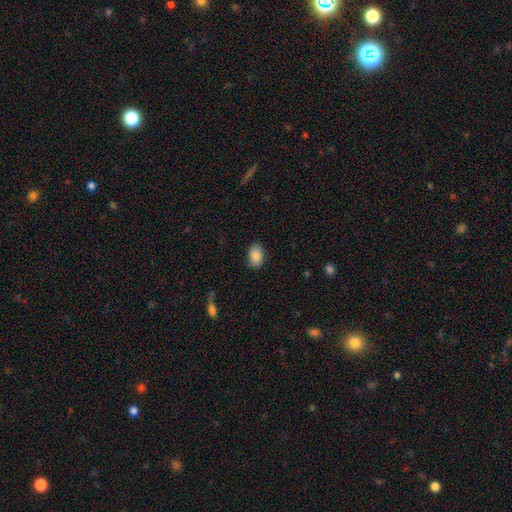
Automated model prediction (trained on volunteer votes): Q: Smooth or featured?
A: smooth (86%); runner-up: star or artifact (7%)
Q: How rounded?
A: in between (83%); runner-up: round (15%)
Q: Merging?
A: none (84%); runner-up: minor disturbance (12%)